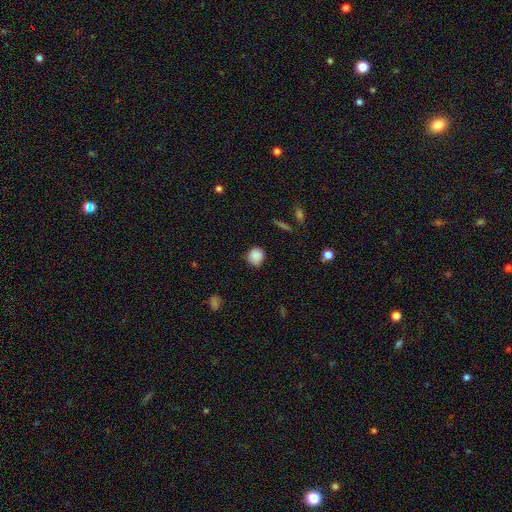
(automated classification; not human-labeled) This appears to be a smooth galaxy with no disk features (87%) that is round (83%). Merging: none (80%).